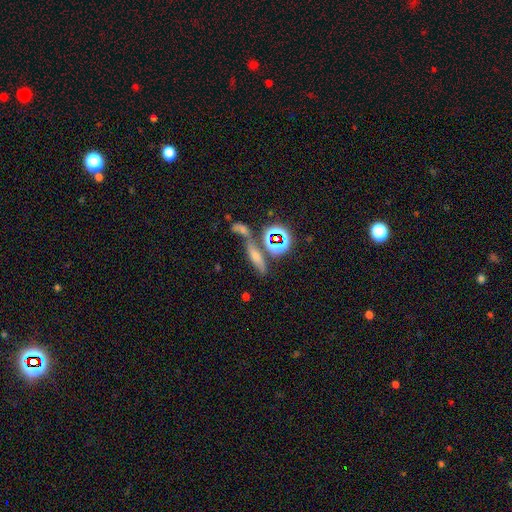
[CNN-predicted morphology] Smooth or featured? smooth (35%)
Merging? none (56%)